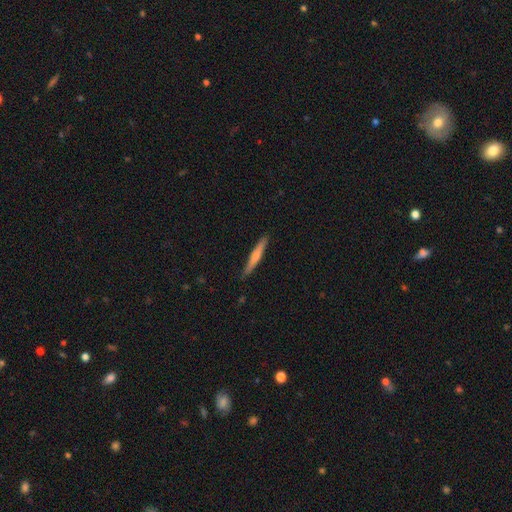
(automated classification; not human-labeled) smooth 56%, featured or disk 39%, star or artifact 6%. Down the decision tree: how rounded — cigar-shaped (94%); merging — none (88%).